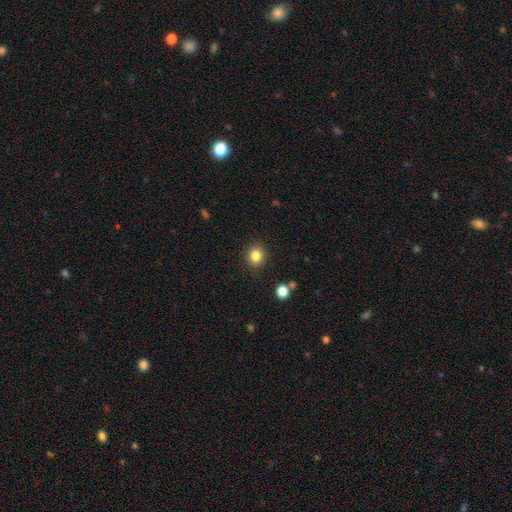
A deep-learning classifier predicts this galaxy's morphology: smooth-or-featured: smooth: 83% | star or artifact: 11% | featured or disk: 6%
  how-rounded: round: 79% | in between: 20% | cigar-shaped: 1%
  merging: none: 88% | minor disturbance: 8% | major disturbance: 2% | merger: 2%